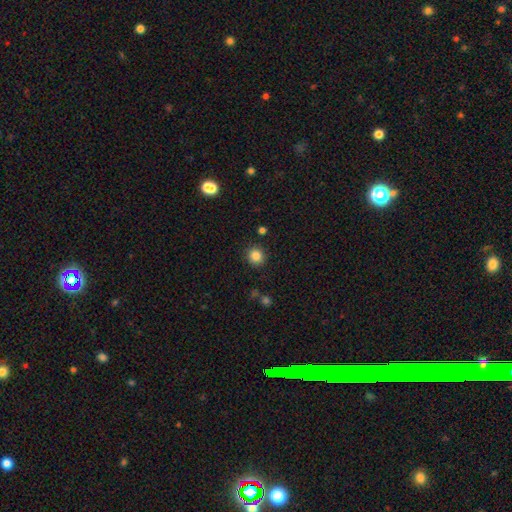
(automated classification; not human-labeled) This is clearly a smooth galaxy (85%). How rounded: clearly round (89%). Merging: clearly none (88%).